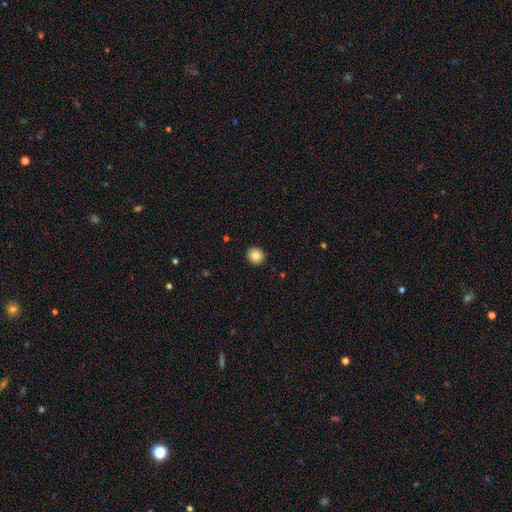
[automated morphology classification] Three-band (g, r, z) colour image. It shows a smooth galaxy with no disk features (86%) that is round (88%). Merging: none (92%).